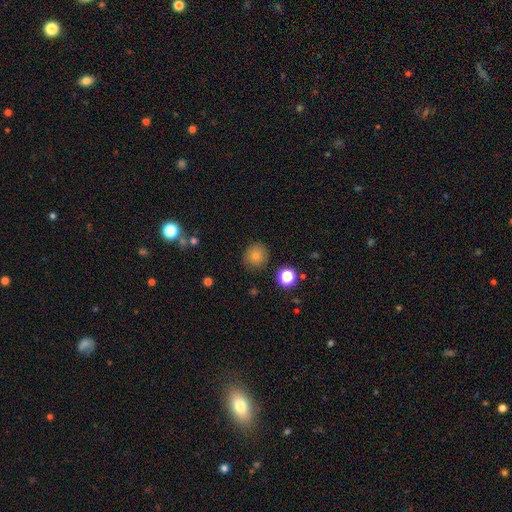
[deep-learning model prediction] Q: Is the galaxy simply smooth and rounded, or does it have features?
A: smooth — 78%.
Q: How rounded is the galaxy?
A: round — 91%.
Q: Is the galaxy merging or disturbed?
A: none — 85%.